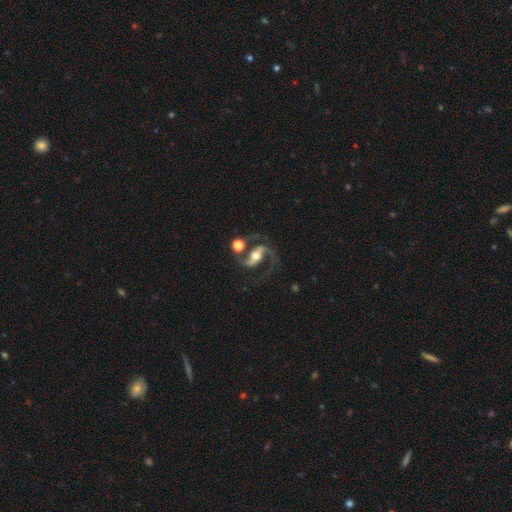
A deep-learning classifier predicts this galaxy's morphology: Smooth or featured? featured or disk (87%)
Edge-on disk? no (96%)
Bar? strong (52%)
Spiral arms? yes (96%)
Spiral winding? medium (54%)
Spiral arm count? 2 (90%)
Bulge size? moderate (65%)
Merging? none (57%)